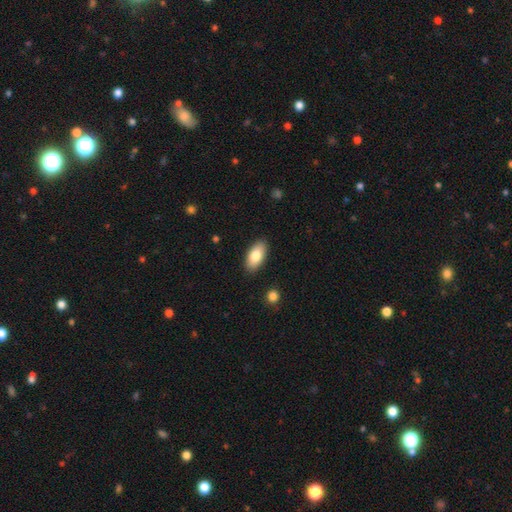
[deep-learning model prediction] Smooth or featured: smooth — 81% (featured or disk — 13%)
How rounded: in between — 93% (cigar-shaped — 5%)
Merging: none — 89% (minor disturbance — 8%)